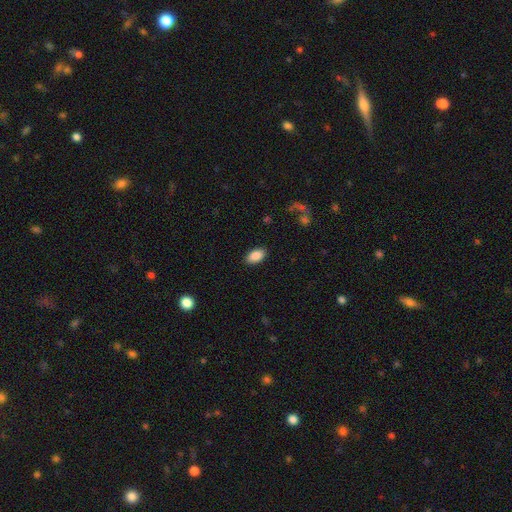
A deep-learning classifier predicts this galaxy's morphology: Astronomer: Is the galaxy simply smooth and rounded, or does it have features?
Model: smooth — 88%.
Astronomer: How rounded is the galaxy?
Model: in between — 94%.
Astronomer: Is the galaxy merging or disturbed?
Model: none — 88%.